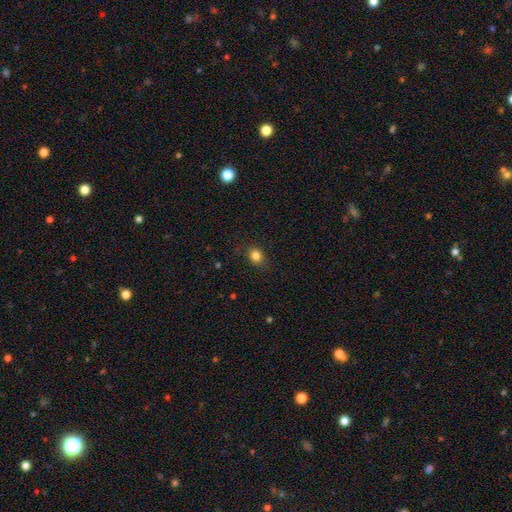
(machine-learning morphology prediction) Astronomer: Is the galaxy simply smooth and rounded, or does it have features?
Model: smooth — 83%.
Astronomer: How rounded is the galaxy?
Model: round — 58% (runner-up: in between, 41%).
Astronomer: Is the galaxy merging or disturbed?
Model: none — 83%.